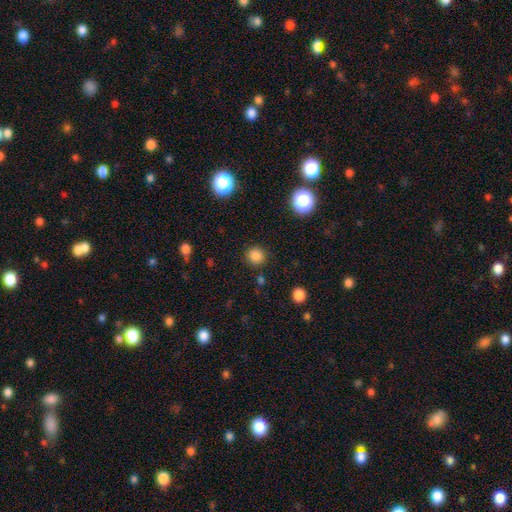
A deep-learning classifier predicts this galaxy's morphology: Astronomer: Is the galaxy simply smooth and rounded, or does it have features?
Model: smooth — 83%.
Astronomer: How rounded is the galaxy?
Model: round — 92%.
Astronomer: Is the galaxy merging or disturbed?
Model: none — 89%.